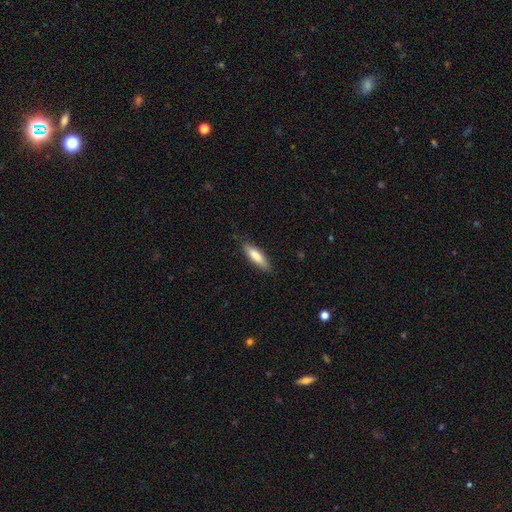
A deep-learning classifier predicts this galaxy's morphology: Smooth or featured? Predicted: smooth (p=0.79). How rounded? Predicted: cigar-shaped (p=0.64). Merging? Predicted: none (p=0.81).